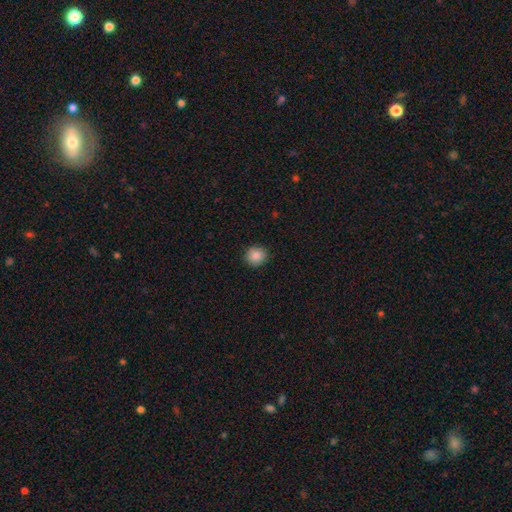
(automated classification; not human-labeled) Overall: smooth (87%). How rounded: round (90%). Merging: none (91%).